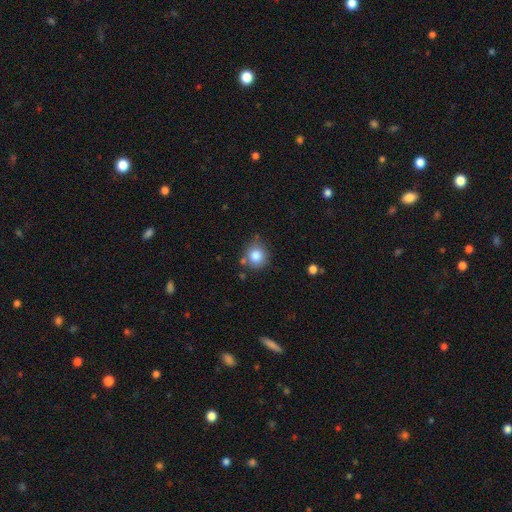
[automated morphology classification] type=smooth (83%); roundness=round (87%); merging=none (73%).